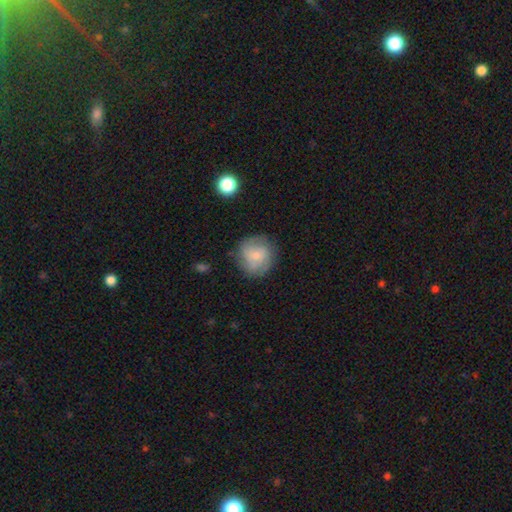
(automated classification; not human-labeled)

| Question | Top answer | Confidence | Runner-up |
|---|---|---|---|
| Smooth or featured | smooth | 53% | featured or disk (39%) |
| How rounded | round | 90% | in between (9%) |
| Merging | none | 76% | minor disturbance (16%) |